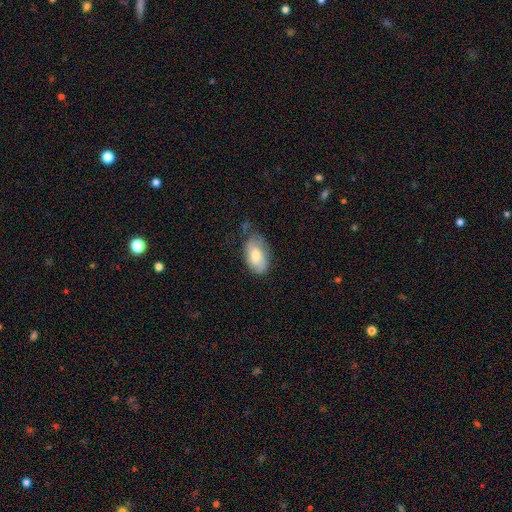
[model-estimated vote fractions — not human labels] smooth 64%, featured or disk 30%, star or artifact 7%. Down the decision tree: how rounded — in between (92%); merging — none (54%).